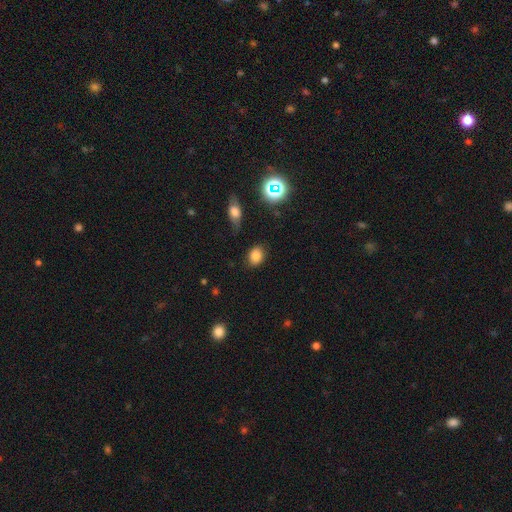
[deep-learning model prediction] smooth_or_featured: smooth (p=0.81) [alt: star or artifact p=0.12]
how_rounded: in between (p=0.53) [alt: round p=0.46]
merging: none (p=0.83) [alt: minor disturbance p=0.12]